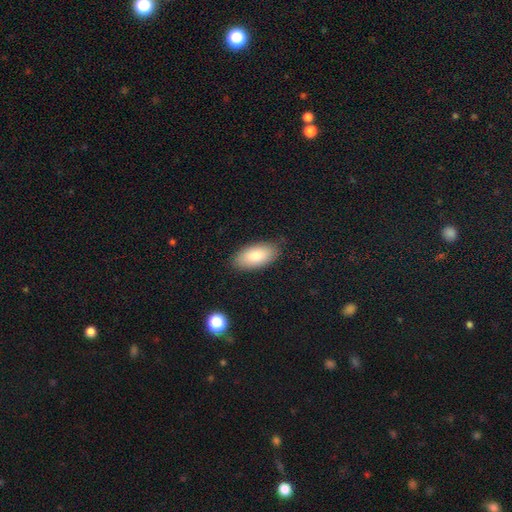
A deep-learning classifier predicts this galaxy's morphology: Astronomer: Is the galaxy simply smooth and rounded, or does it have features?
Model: smooth — 83%.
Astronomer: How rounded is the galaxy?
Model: in between — 93%.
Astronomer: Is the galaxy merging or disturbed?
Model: none — 84%.